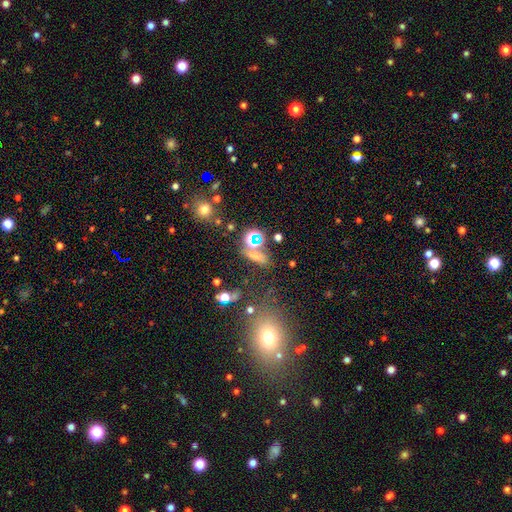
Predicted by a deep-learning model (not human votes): Smooth or featured?
  - smooth: 49% *
  - star or artifact: 39%
  - featured or disk: 12%
Merging?
  - none: 61% *
  - merger: 19%
  - minor disturbance: 12%
  - major disturbance: 8%